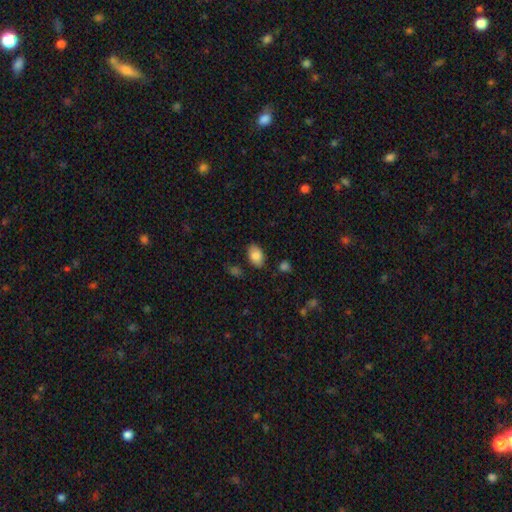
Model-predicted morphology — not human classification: This appears to be a smooth galaxy with no disk features (84%) that is in between round and cigar-shaped (90%). Merging: none (81%).